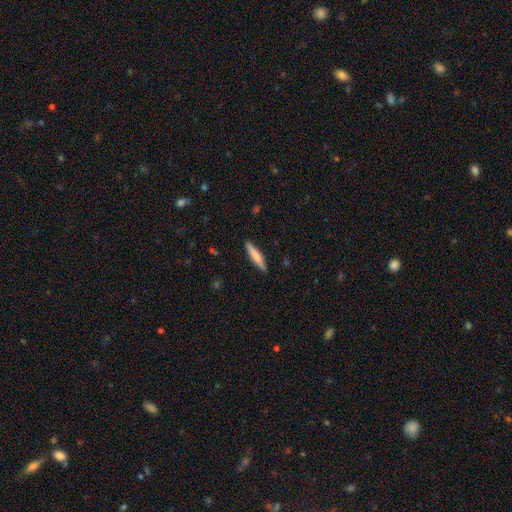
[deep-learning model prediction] Smooth or featured? smooth (64%)
How rounded? cigar-shaped (89%)
Merging? none (90%)